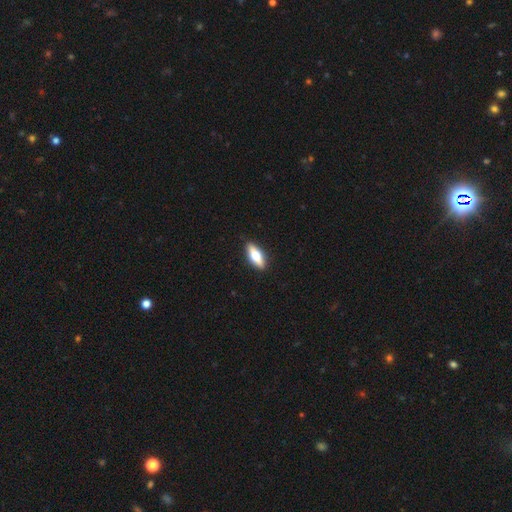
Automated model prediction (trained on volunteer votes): Smooth or featured: smooth — 52% (featured or disk — 42%)
How rounded: in between — 62% (cigar-shaped — 35%)
Merging: none — 90% (minor disturbance — 7%)